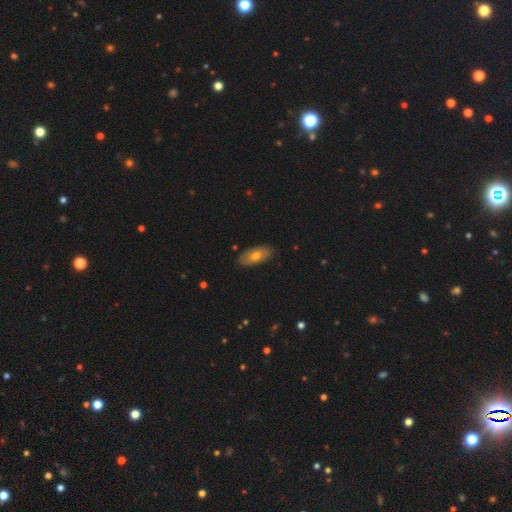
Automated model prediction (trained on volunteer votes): smooth_or_featured: smooth (p=0.67) [alt: featured or disk p=0.27]
how_rounded: in between (p=0.90) [alt: cigar-shaped p=0.07]
merging: none (p=0.87) [alt: minor disturbance p=0.10]